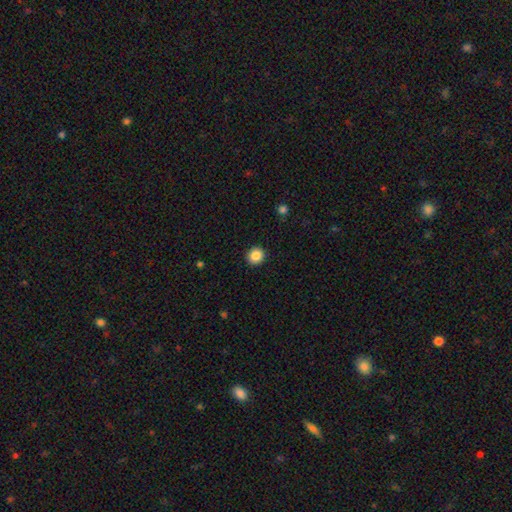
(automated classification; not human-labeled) Smooth or featured? smooth (87%)
How rounded? round (90%)
Merging? none (92%)